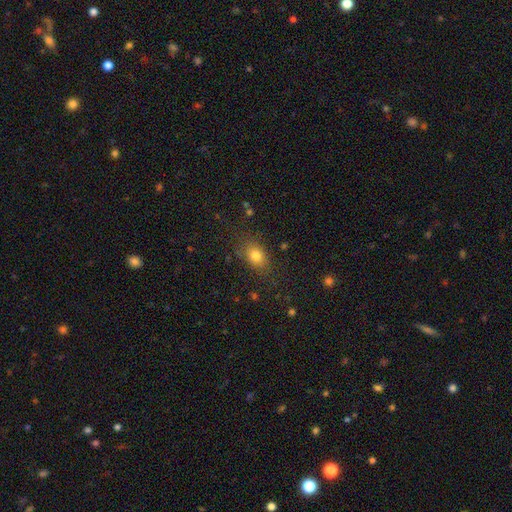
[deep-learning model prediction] This is likely a smooth galaxy (79%). How rounded: likely in between (69%). Merging: likely none (79%).